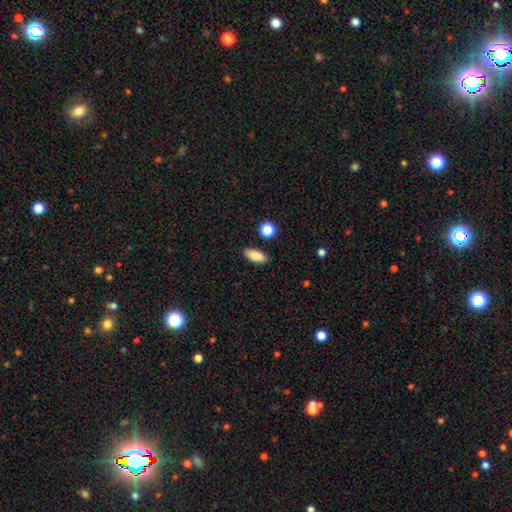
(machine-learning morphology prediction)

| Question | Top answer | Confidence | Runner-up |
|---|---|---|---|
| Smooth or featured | smooth | 87% | star or artifact (8%) |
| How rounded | in between | 86% | cigar-shaped (10%) |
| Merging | none | 87% | minor disturbance (9%) |